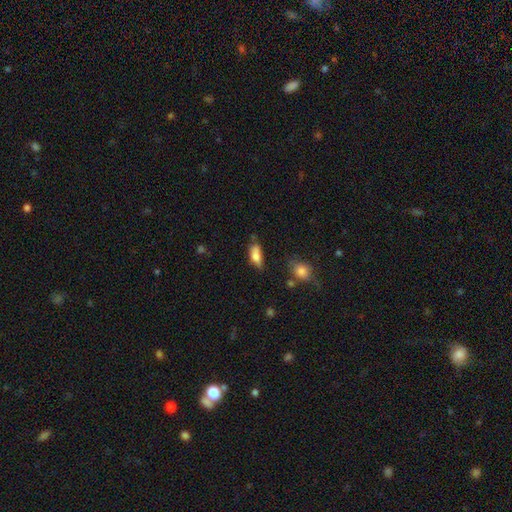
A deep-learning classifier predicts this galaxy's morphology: The model was most divided on "merging": none: 46%, minor disturbance: 31%, merger: 12%, major disturbance: 11%. More confident: how rounded — in between (75%); smooth or featured — smooth (74%).